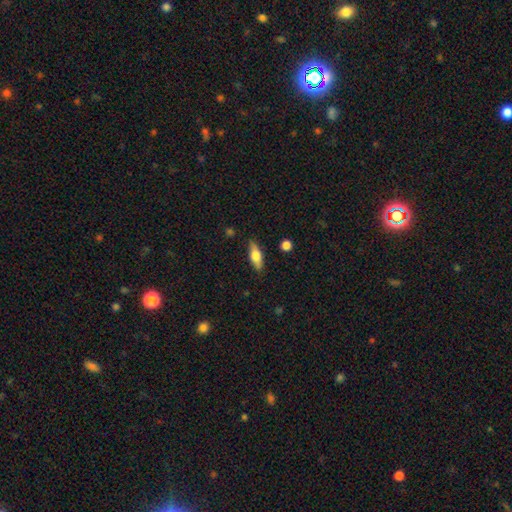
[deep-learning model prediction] smooth-or-featured: smooth: 60% | featured or disk: 33% | star or artifact: 7%
  how-rounded: in between: 63% | cigar-shaped: 33% | round: 4%
  merging: none: 84% | minor disturbance: 12% | major disturbance: 3% | merger: 2%